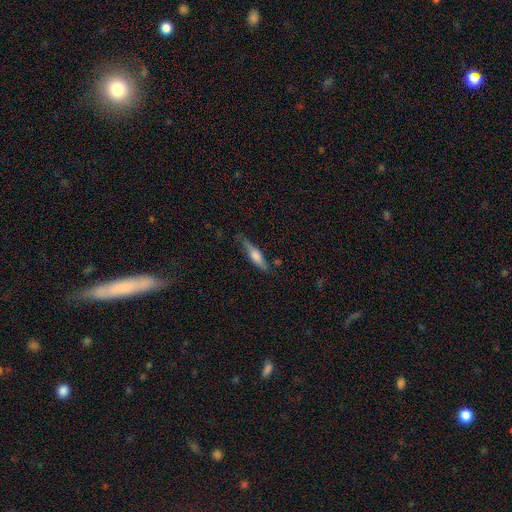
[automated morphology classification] This appears to be a smooth galaxy with no disk features (52%) that is cigar-shaped (77%). Merging: none (63%).